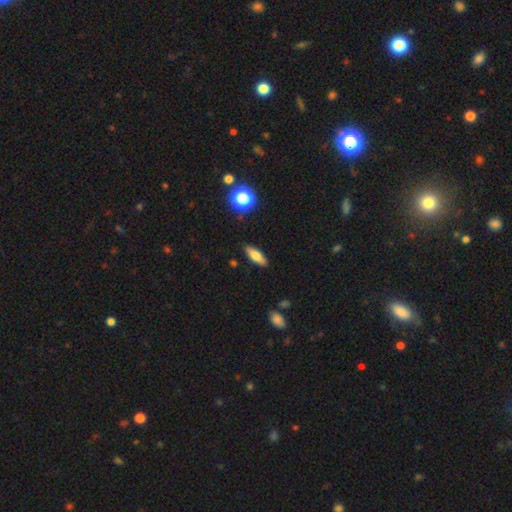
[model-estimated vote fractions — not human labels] Overall: smooth (65%; featured or disk 26%). How rounded: in between (57%; cigar-shaped 39%). Merging: none (87%).